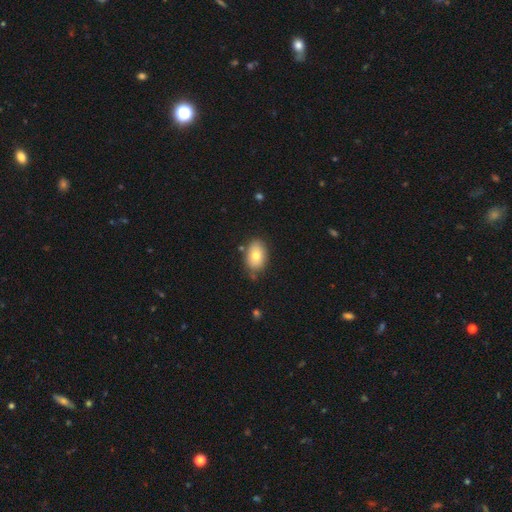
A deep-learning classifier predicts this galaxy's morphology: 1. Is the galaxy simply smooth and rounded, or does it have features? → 76% smooth, 16% featured or disk, 8% star or artifact.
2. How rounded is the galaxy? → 84% in between, 14% round, 1% cigar-shaped.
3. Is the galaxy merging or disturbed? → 77% none, 16% minor disturbance, 4% merger, 3% major disturbance.